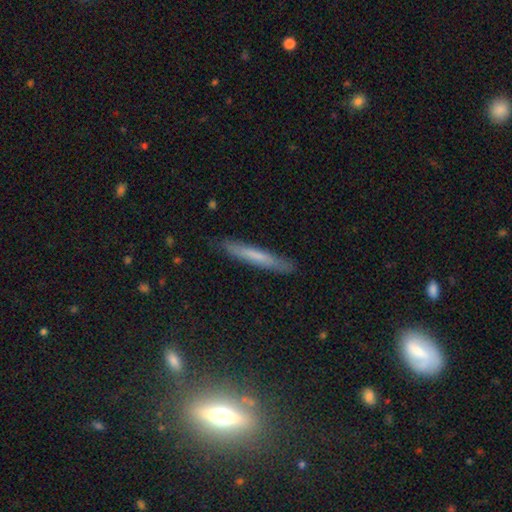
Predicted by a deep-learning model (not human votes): The model was most divided on "smooth or featured": smooth: 61%, featured or disk: 32%, star or artifact: 7%. More confident: how rounded — cigar-shaped (95%); merging — none (87%).